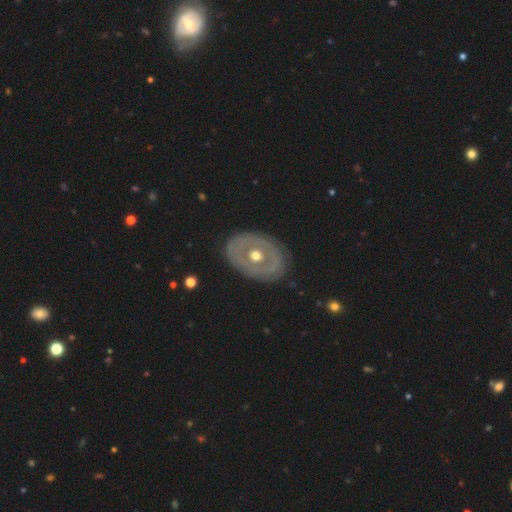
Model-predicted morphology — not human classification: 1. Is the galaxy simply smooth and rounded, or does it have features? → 70% featured or disk, 26% smooth, 5% star or artifact.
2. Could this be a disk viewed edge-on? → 94% no, 6% yes.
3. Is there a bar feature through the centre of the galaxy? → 88% no, 9% weak, 3% strong.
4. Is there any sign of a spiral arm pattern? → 77% no, 23% yes.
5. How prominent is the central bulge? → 80% moderate, 13% small, 5% large, 1% dominant, 1% none.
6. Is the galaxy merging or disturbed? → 82% none, 12% minor disturbance, 4% major disturbance, 1% merger.